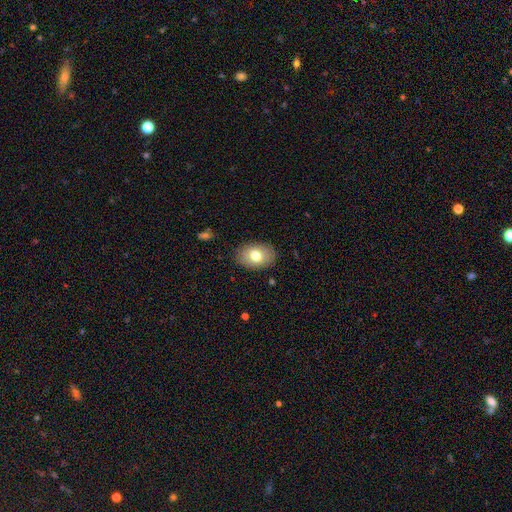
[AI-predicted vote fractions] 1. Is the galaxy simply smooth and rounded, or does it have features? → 76% smooth, 16% featured or disk, 8% star or artifact.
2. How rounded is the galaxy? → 83% in between, 16% round, 1% cigar-shaped.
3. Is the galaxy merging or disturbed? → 87% none, 10% minor disturbance, 3% major disturbance, 1% merger.